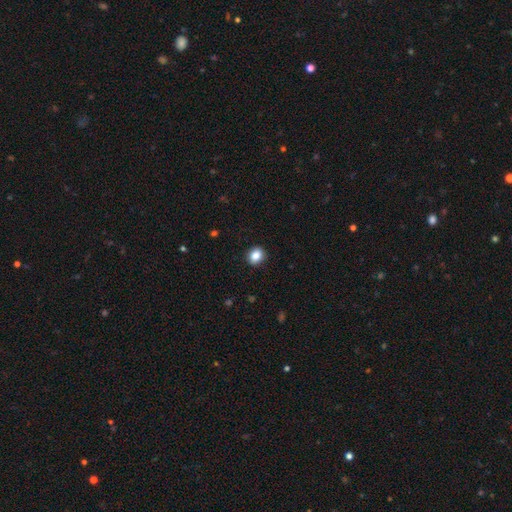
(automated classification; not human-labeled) Q: Smooth or featured?
A: smooth (85%); runner-up: star or artifact (9%)
Q: How rounded?
A: round (64%); runner-up: in between (35%)
Q: Merging?
A: none (90%); runner-up: minor disturbance (7%)